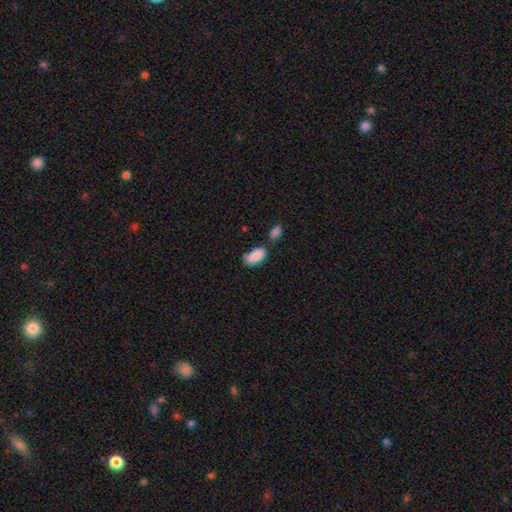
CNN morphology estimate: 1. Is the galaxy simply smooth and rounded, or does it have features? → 89% smooth, 7% star or artifact, 4% featured or disk.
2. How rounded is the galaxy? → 93% in between, 3% cigar-shaped, 3% round.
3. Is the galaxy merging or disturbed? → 55% none, 20% minor disturbance, 19% merger, 5% major disturbance.